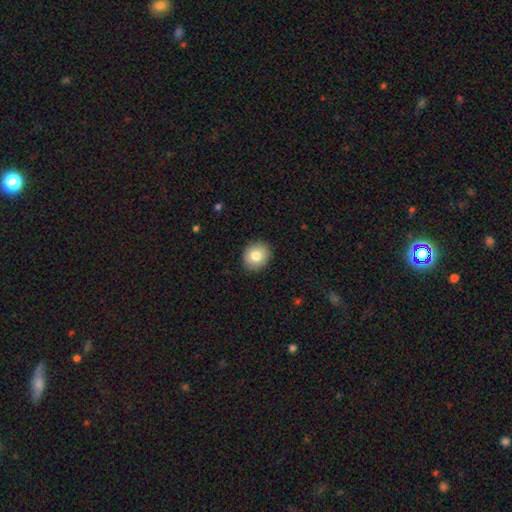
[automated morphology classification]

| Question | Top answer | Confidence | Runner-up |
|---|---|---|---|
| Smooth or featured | smooth | 82% | featured or disk (10%) |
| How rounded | round | 77% | in between (22%) |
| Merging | none | 90% | minor disturbance (8%) |